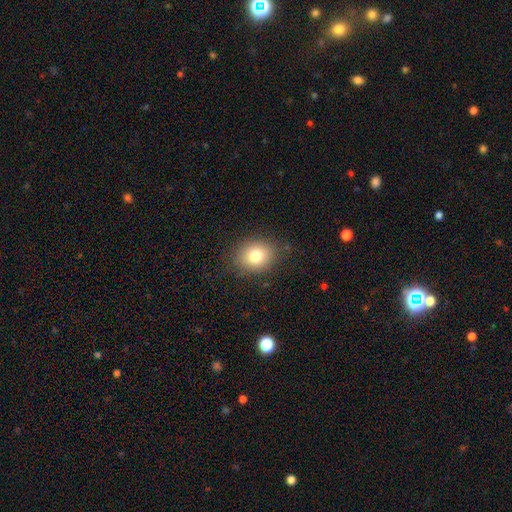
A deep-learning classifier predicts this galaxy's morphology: The model was most divided on "how rounded": round: 61%, in between: 38%, cigar-shaped: 1%. More confident: merging — none (84%); smooth or featured — smooth (79%).